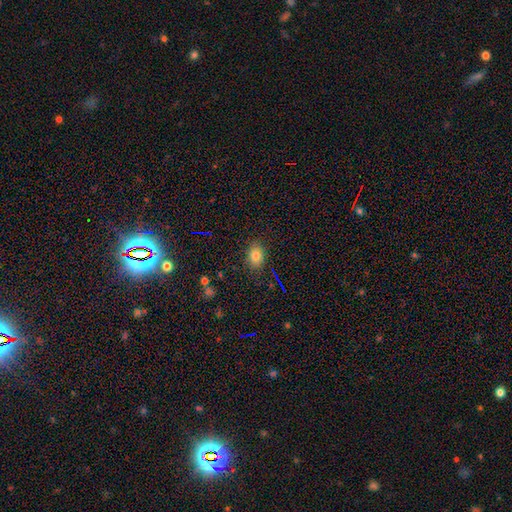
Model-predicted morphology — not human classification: A smooth galaxy with no disk features (79%) that is in between round and cigar-shaped (69%). Merging: none (85%).